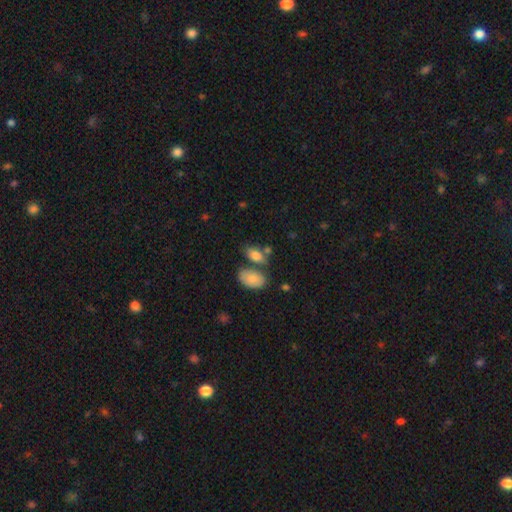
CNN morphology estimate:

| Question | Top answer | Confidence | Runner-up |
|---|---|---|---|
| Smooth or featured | smooth | 81% | featured or disk (11%) |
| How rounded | in between | 89% | round (8%) |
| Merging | none | 53% | merger (27%) |